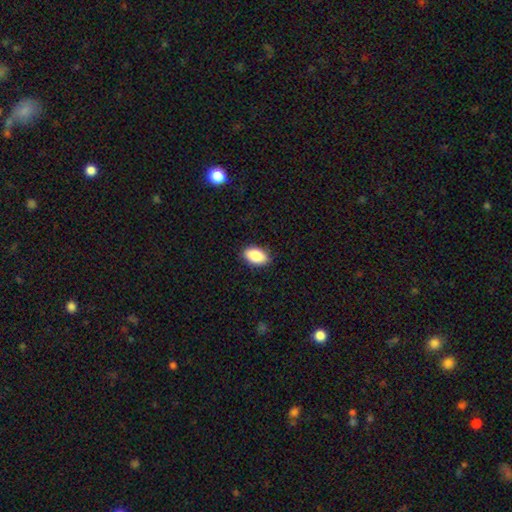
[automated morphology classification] Smooth or featured?
  - smooth: 87% *
  - star or artifact: 7%
  - featured or disk: 6%
How rounded?
  - in between: 92% *
  - round: 6%
  - cigar-shaped: 2%
Merging?
  - none: 88% *
  - minor disturbance: 9%
  - major disturbance: 2%
  - merger: 1%